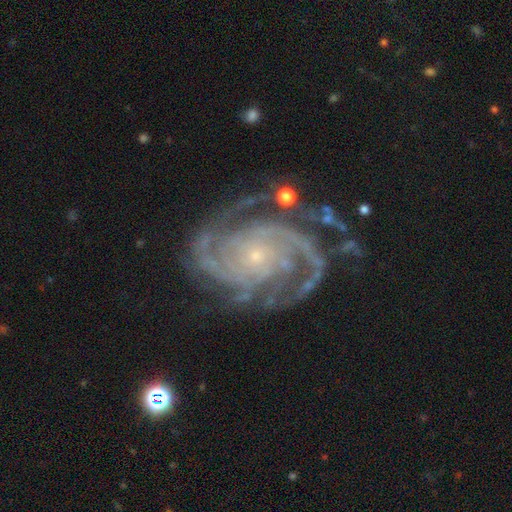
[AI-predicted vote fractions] Smooth or featured?
  - featured or disk: 93% *
  - star or artifact: 5%
  - smooth: 2%
Edge-on disk?
  - no: 98% *
  - yes: 2%
Bar?
  - no: 77% *
  - weak: 15%
  - strong: 8%
Spiral arms?
  - yes: 99% *
  - no: 1%
Spiral winding?
  - tight: 62% *
  - medium: 33%
  - loose: 4%
Spiral arm count?
  - 2: 39% *
  - 3: 23%
  - 4: 13%
  - can't tell: 10%
  - more than 4: 8%
  - 1: 7%
Bulge size?
  - small: 86% *
  - moderate: 10%
  - none: 2%
  - large: 1%
  - dominant: 1%
Merging?
  - none: 72% *
  - minor disturbance: 17%
  - major disturbance: 9%
  - merger: 2%